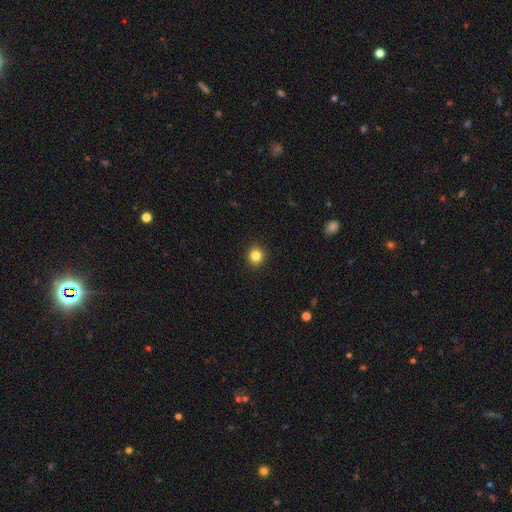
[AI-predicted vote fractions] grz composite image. It shows a smooth galaxy with no disk features (83%) that is round (92%). Merging: none (93%).